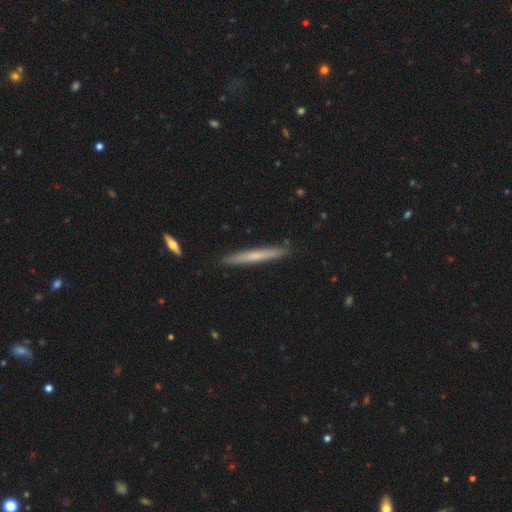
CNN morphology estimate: The model was most divided on "smooth or featured": smooth: 54%, featured or disk: 40%, star or artifact: 6%. More confident: how rounded — cigar-shaped (96%); merging — none (89%).